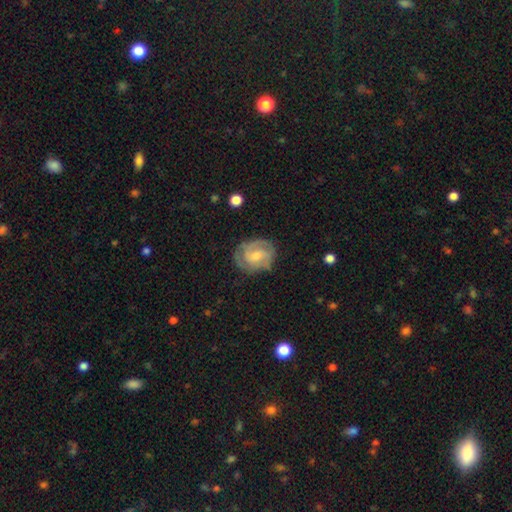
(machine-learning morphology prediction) A featured or disk galaxy (69%) with a weak bar (49%), 2 (46%) tight (52%) spiral arms (87%) and a moderate central bulge (44%).

Vote fractions:
- Smooth or featured? featured or disk: 69% / smooth: 25% / star or artifact: 6%
- Edge-on disk? no: 97% / yes: 3%
- Bar? weak: 49% / no: 41% / strong: 11%
- Spiral arms? yes: 87% / no: 13%
- Spiral winding? tight: 52% / medium: 38% / loose: 11%
- Spiral arm count? 2: 46% / can't tell: 28% / 3: 15% / 1: 5% / 4: 3% / more than 4: 3%
- Bulge size? moderate: 44% / small: 43% / none: 7% / large: 5% / dominant: 1%
- Merging? none: 69% / minor disturbance: 21% / major disturbance: 9% / merger: 2%